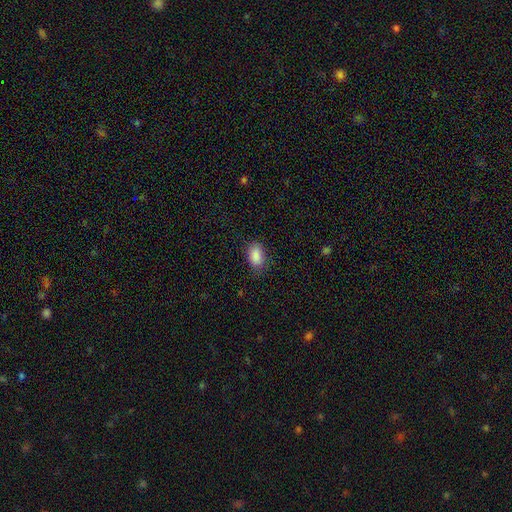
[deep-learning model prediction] A smooth galaxy with no disk features (88%) that is in between round and cigar-shaped (89%).

Vote fractions:
- Smooth or featured? smooth: 88% / star or artifact: 8% / featured or disk: 4%
- How rounded? in between: 89% / round: 9% / cigar-shaped: 2%
- Merging? none: 78% / minor disturbance: 17% / major disturbance: 4% / merger: 1%